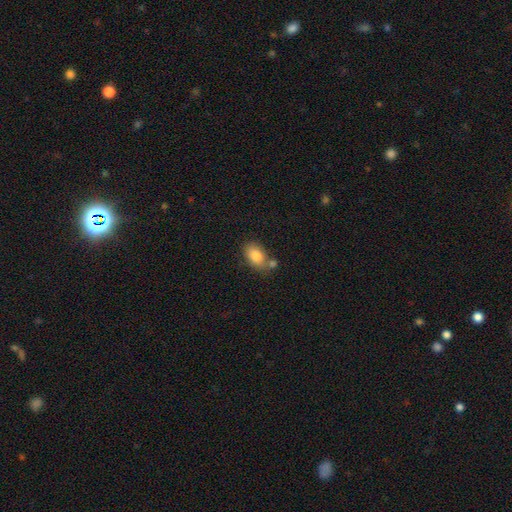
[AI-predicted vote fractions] smooth_or_featured: smooth (p=0.84) [alt: featured or disk p=0.09]
how_rounded: in between (p=0.87) [alt: round p=0.11]
merging: none (p=0.55) [alt: merger p=0.23]